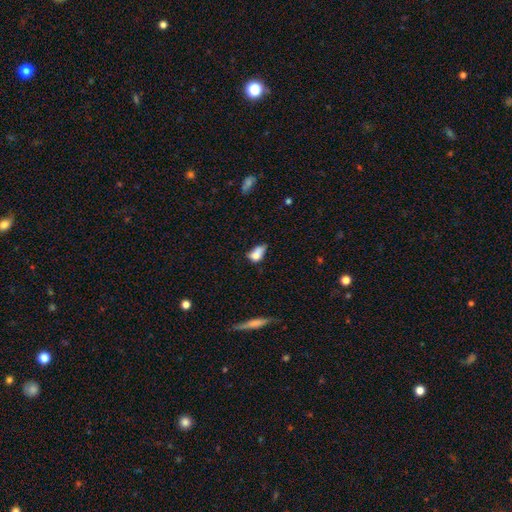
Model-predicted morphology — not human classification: A smooth galaxy with no disk features (71%) that is in between round and cigar-shaped (80%).

Vote fractions:
- Smooth or featured? smooth: 71% / featured or disk: 19% / star or artifact: 10%
- How rounded? in between: 80% / round: 15% / cigar-shaped: 5%
- Merging? minor disturbance: 32% / none: 28% / major disturbance: 20% / merger: 20%